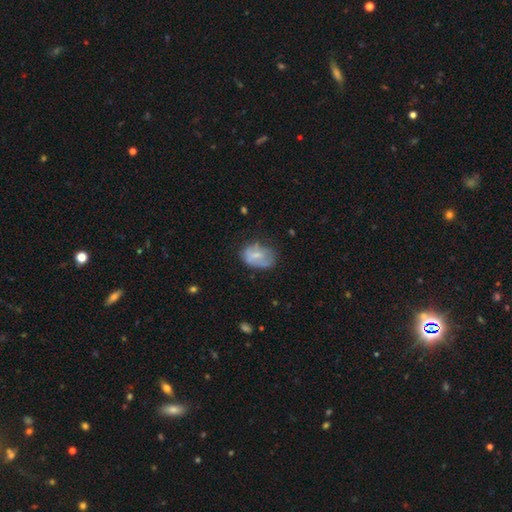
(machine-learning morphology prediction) This appears to be a smooth galaxy with no disk features (56%) that is in between round and cigar-shaped (79%). Merging: none (50%).